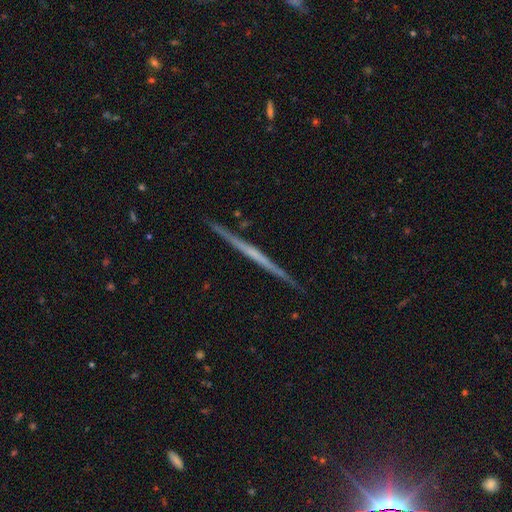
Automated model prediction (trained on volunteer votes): A featured or disk galaxy (69%) viewed edge-on (98%) with no central bulge (82%).

Vote fractions:
- Smooth or featured? featured or disk: 69% / smooth: 25% / star or artifact: 6%
- Edge-on disk? yes: 98% / no: 2%
- Edge-on bulge? none: 82% / rounded: 13% / boxy: 5%
- Merging? none: 92% / minor disturbance: 6% / major disturbance: 1% / merger: 1%